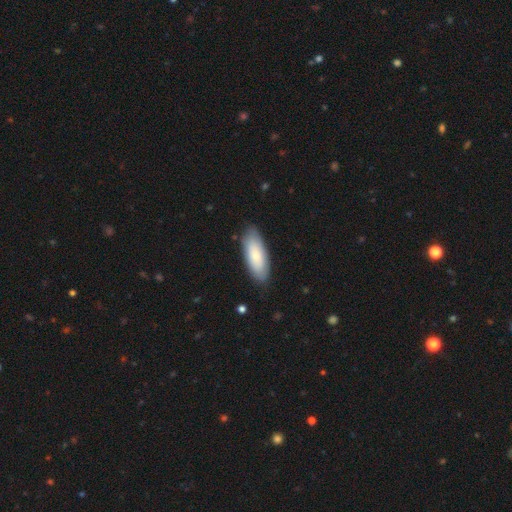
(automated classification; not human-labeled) A smooth galaxy with no disk features (77%) that is in between round and cigar-shaped (80%). Merging: none (83%).